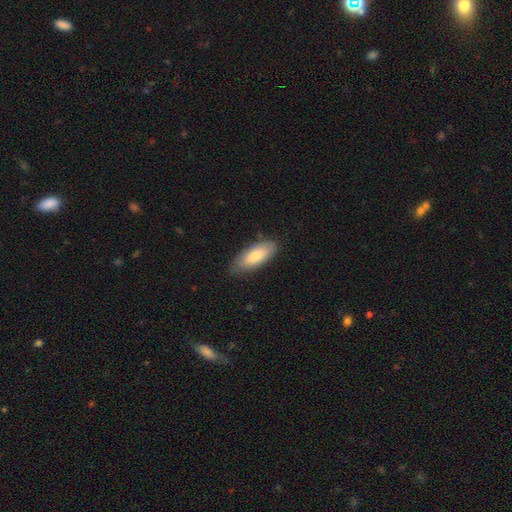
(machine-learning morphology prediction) smooth 79%, featured or disk 15%, star or artifact 6%. Down the decision tree: how rounded — in between (80%); merging — none (80%).